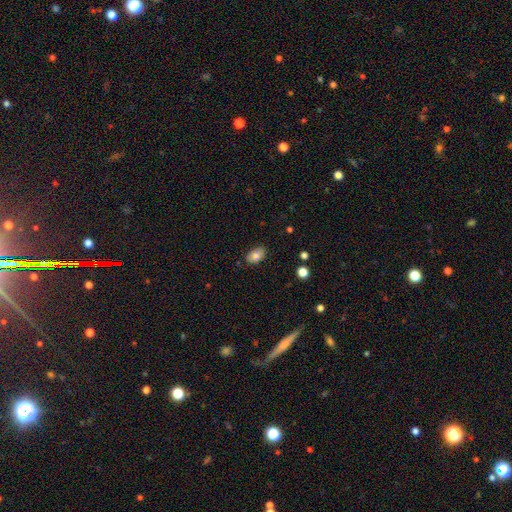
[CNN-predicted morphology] This appears to be a smooth galaxy with no disk features (81%) that is in between round and cigar-shaped (89%). Merging: none (84%).